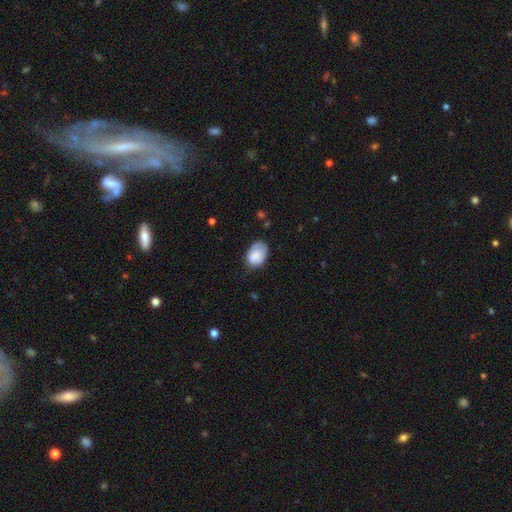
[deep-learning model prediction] Overall: smooth (79%). How rounded: in between (85%). Merging: none (57%; minor disturbance 32%).